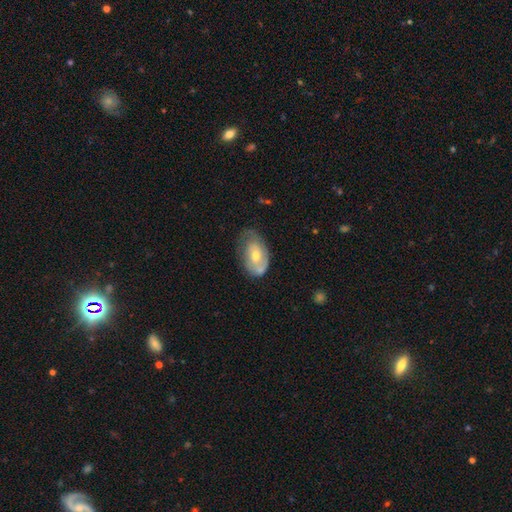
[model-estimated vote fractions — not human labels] smooth-or-featured: featured or disk: 51% | smooth: 43% | star or artifact: 6%
  disk-edge-on: no: 94% | yes: 6%
  merging: none: 47% | minor disturbance: 34% | major disturbance: 15% | merger: 3%